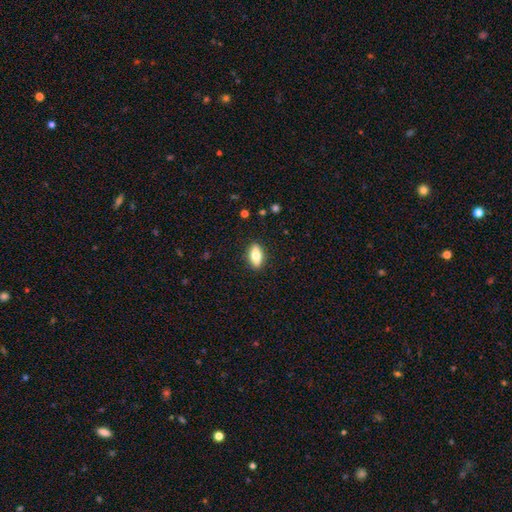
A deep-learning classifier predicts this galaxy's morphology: smooth-or-featured: smooth: 72% | featured or disk: 21% | star or artifact: 7%
  how-rounded: in between: 80% | cigar-shaped: 15% | round: 5%
  merging: none: 88% | minor disturbance: 9% | major disturbance: 2% | merger: 1%